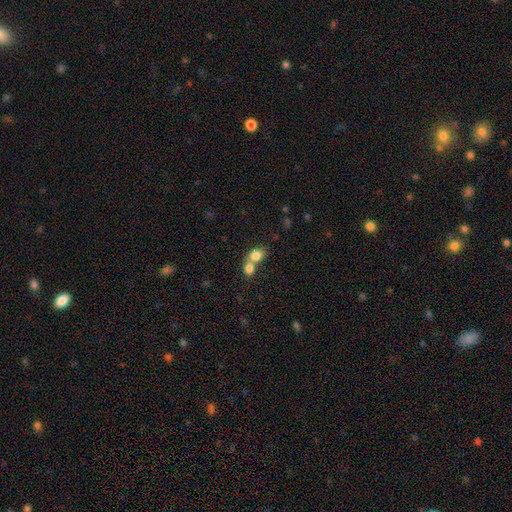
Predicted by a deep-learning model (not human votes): The model was most divided on "how rounded": in between: 56%, round: 42%, cigar-shaped: 1%. More confident: smooth or featured — smooth (80%); merging — merger (64%).